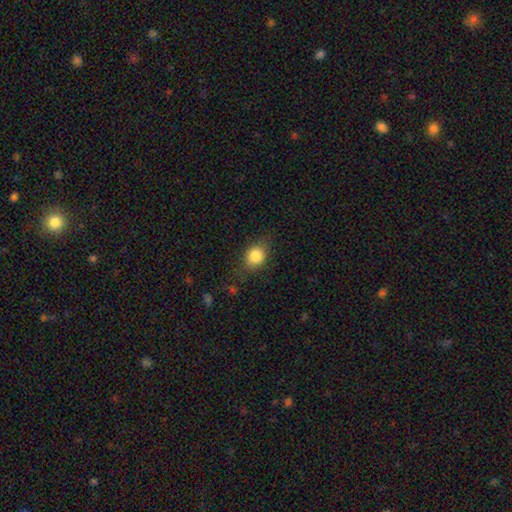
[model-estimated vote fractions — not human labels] smooth-or-featured: smooth: 82% | star or artifact: 9% | featured or disk: 9%
  how-rounded: round: 52% | in between: 47% | cigar-shaped: 2%
  merging: none: 72% | minor disturbance: 19% | major disturbance: 7% | merger: 2%